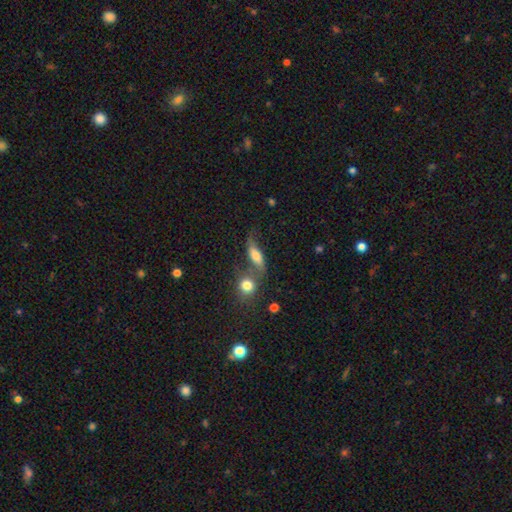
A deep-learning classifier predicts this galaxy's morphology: This appears to be a smooth galaxy with no disk features (51%) that is in between round and cigar-shaped (57%). Merging: none (39%).